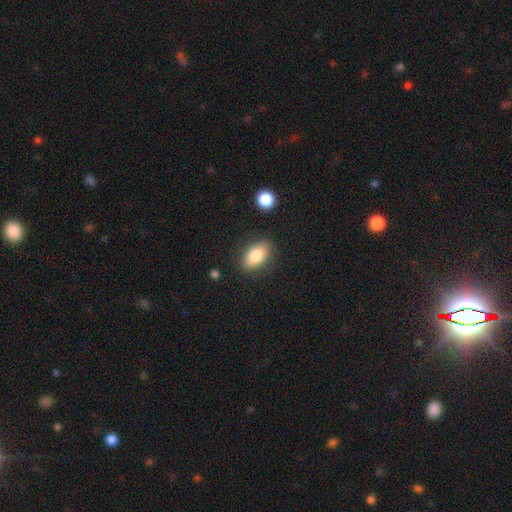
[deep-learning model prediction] smooth_or_featured: smooth (p=0.81) [alt: featured or disk p=0.12]
how_rounded: in between (p=0.87) [alt: round p=0.08]
merging: none (p=0.83) [alt: minor disturbance p=0.12]